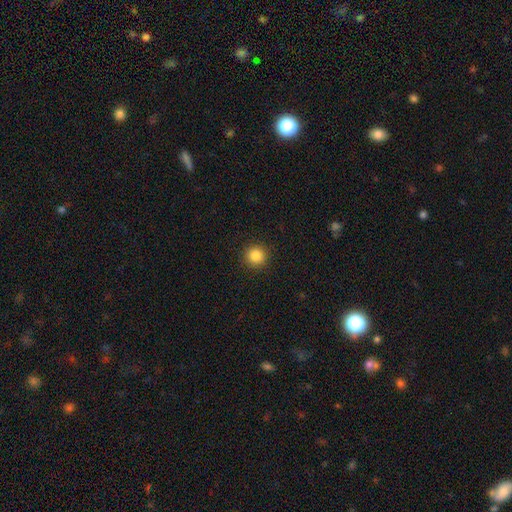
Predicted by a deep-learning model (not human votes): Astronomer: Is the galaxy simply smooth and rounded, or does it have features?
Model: smooth — 84%.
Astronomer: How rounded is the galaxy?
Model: round — 94%.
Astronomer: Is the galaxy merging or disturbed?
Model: none — 92%.